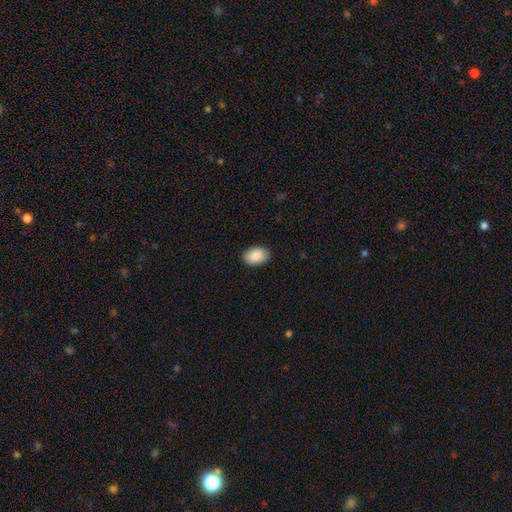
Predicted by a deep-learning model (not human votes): Overall: smooth (90%). How rounded: in between (89%). Merging: none (89%).